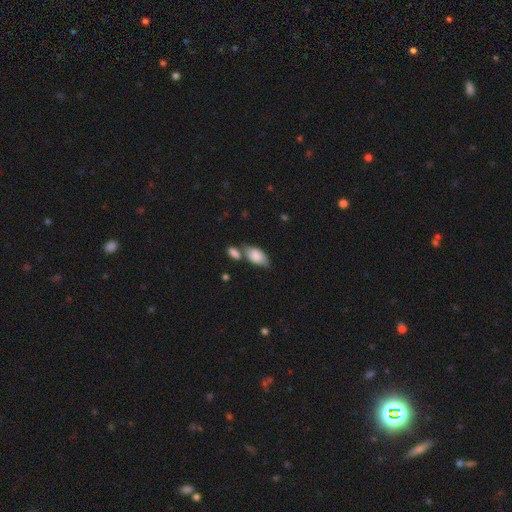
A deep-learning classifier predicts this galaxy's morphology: smooth-or-featured: smooth: 82% | featured or disk: 11% | star or artifact: 7%
  how-rounded: in between: 93% | round: 5% | cigar-shaped: 3%
  merging: none: 40% | merger: 34% | minor disturbance: 19% | major disturbance: 6%